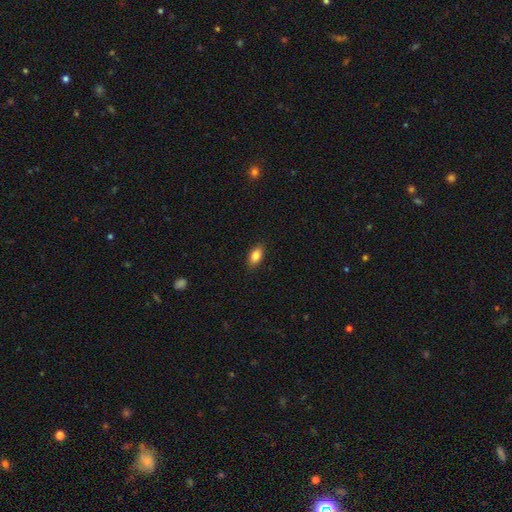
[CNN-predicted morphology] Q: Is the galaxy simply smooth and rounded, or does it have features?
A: smooth — 83%.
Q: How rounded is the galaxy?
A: in between — 88%.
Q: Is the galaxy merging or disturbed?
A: none — 88%.